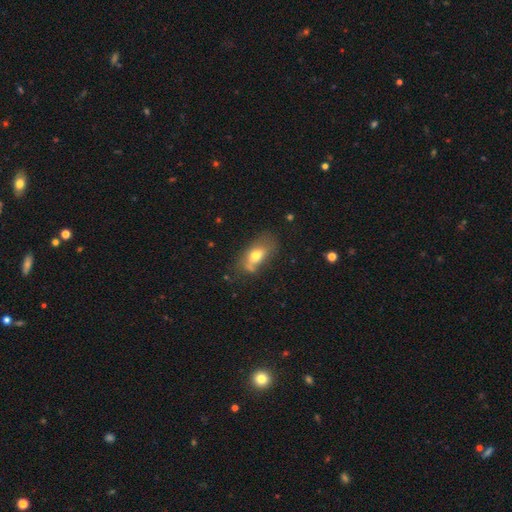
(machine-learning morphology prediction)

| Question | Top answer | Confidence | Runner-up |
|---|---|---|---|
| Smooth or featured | smooth | 65% | featured or disk (25%) |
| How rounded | in between | 85% | round (9%) |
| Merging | none | 47% | minor disturbance (30%) |